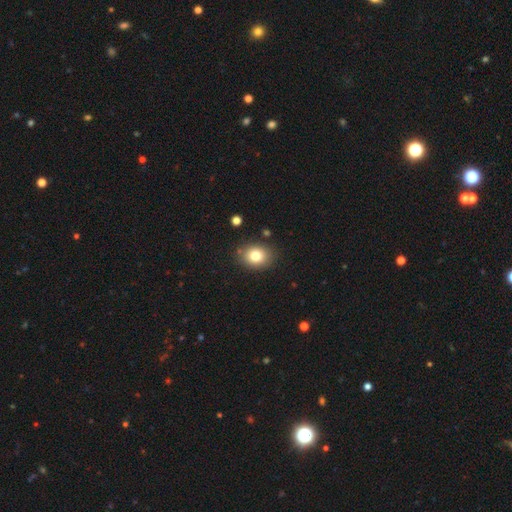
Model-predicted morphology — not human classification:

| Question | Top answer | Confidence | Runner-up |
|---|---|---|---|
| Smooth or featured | smooth | 79% | star or artifact (11%) |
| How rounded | round | 55% | in between (44%) |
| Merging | none | 84% | minor disturbance (10%) |